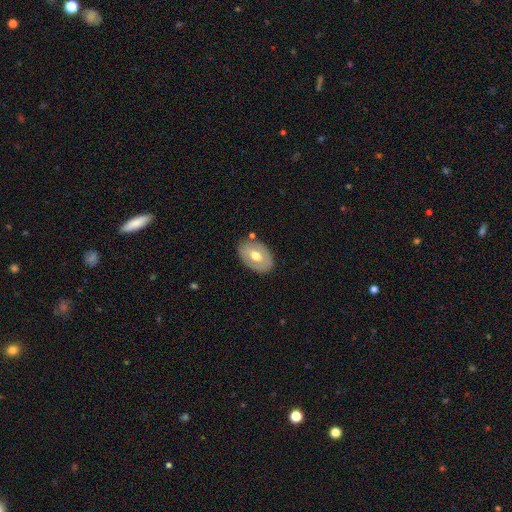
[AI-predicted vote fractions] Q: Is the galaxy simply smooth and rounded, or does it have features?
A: smooth — 51%.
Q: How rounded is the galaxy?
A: in between — 83%.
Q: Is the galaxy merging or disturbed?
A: none — 80%.